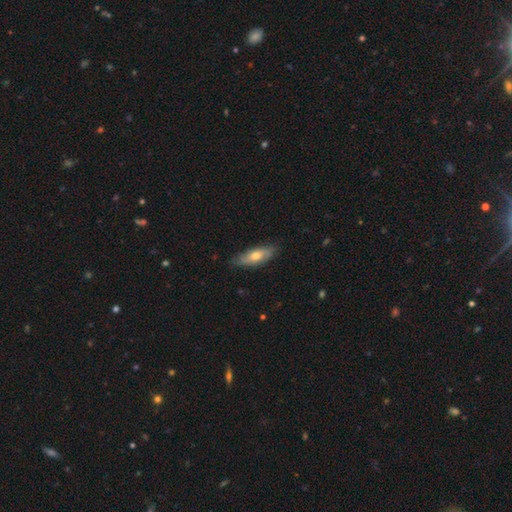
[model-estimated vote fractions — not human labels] Overall: smooth (60%; featured or disk 34%). How rounded: in between (59%; cigar-shaped 38%). Merging: none (81%).